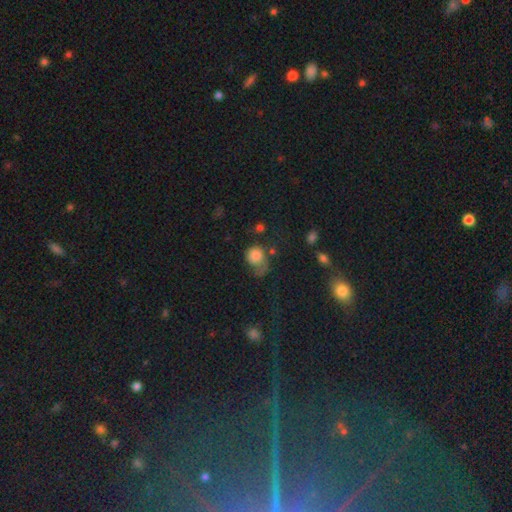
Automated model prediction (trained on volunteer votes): Q: Smooth or featured?
A: smooth (75%); runner-up: featured or disk (15%)
Q: How rounded?
A: round (69%); runner-up: in between (30%)
Q: Merging?
A: major disturbance (38%); runner-up: none (30%)